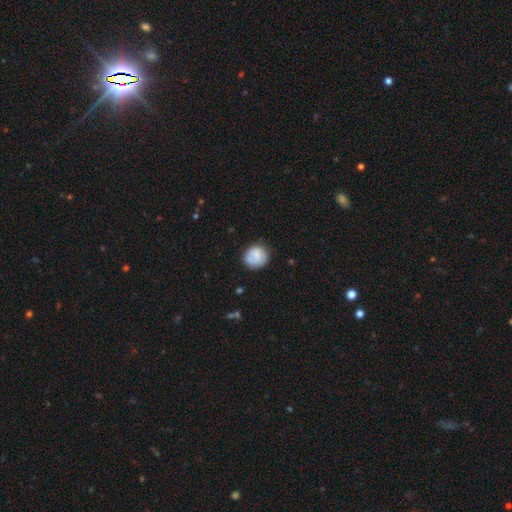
Volunteers were most divided on "merging": none: 54%, minor disturbance: 30%, merger: 14%, major disturbance: 3%. More confident: how rounded — round (76%); smooth or featured — smooth (64%).